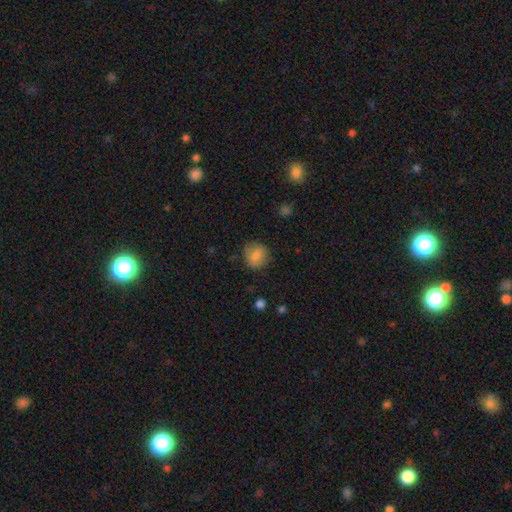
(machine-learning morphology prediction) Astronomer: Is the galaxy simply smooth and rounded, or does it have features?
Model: smooth — 83%.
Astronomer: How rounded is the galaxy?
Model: round — 83%.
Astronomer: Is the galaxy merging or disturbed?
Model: none — 82%.